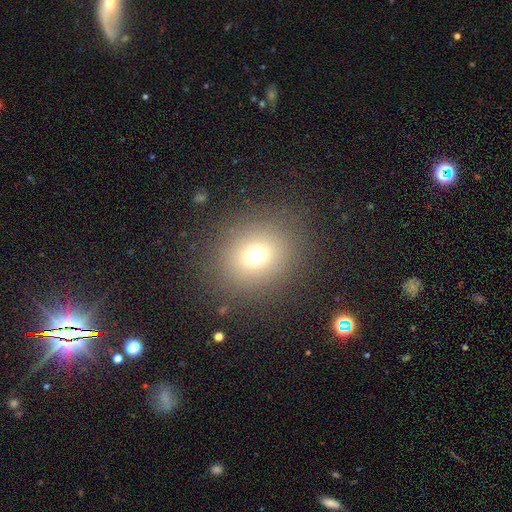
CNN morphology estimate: Q: Smooth or featured?
A: smooth (69%); runner-up: star or artifact (20%)
Q: How rounded?
A: round (77%); runner-up: in between (22%)
Q: Merging?
A: none (85%); runner-up: minor disturbance (8%)